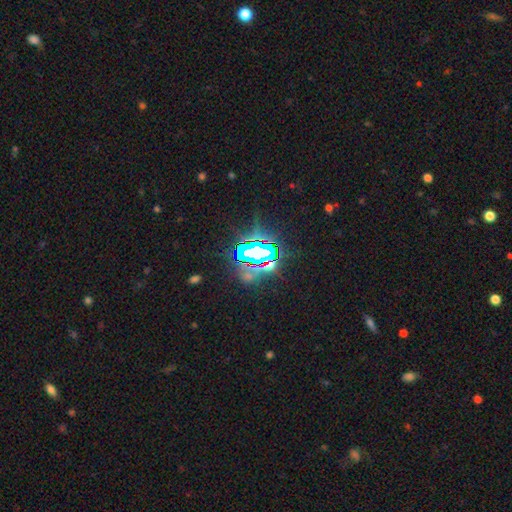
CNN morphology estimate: smooth_or_featured: star or artifact (p=0.76) [alt: smooth p=0.12]